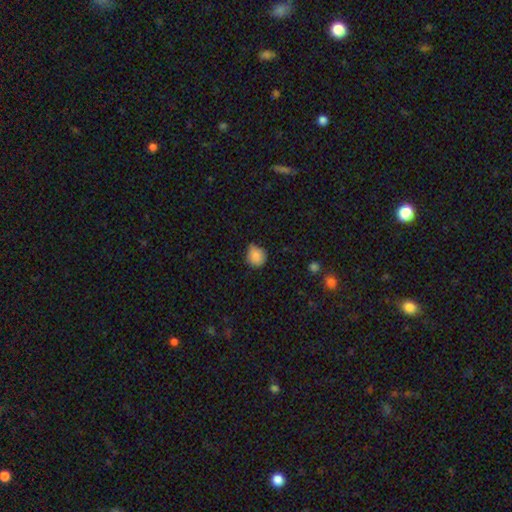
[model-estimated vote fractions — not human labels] Smooth or featured? Predicted: smooth (p=0.85). How rounded? Predicted: round (p=0.83). Merging? Predicted: none (p=0.61).